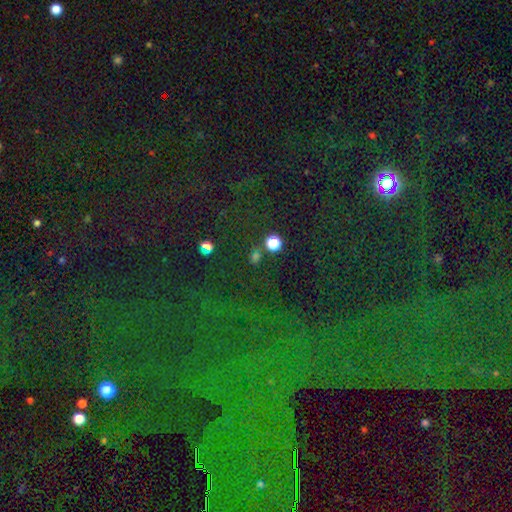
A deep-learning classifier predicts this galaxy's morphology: smooth 51%, star or artifact 42%, featured or disk 7%. Down the decision tree: how rounded — round (77%); merging — none (80%).